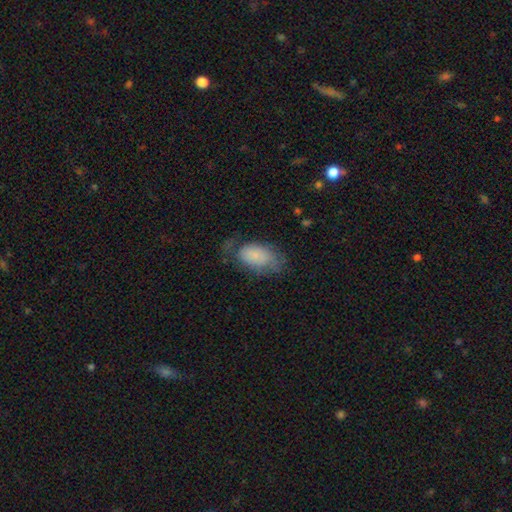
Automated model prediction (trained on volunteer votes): Smooth or featured: smooth — 73% (featured or disk — 19%)
How rounded: in between — 93% (round — 6%)
Merging: none — 44% (minor disturbance — 30%)